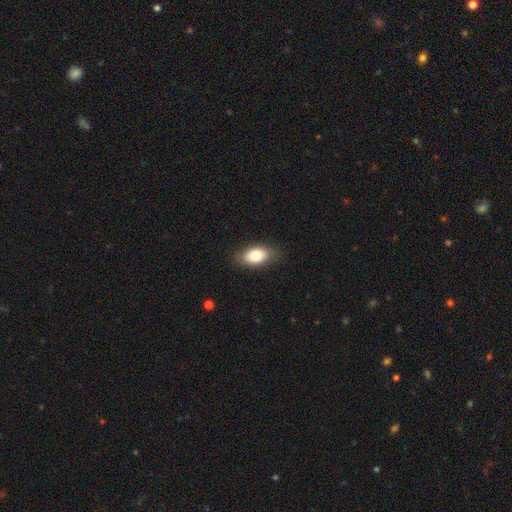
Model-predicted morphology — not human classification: type=smooth (79%); roundness=in between (90%); merging=none (84%).